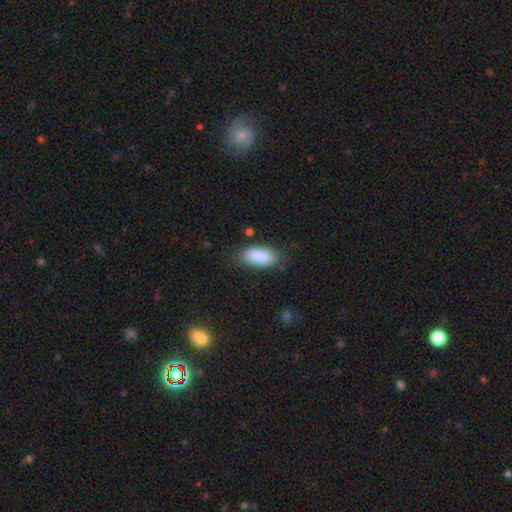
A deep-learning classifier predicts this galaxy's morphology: Smooth or featured? smooth (88%)
How rounded? in between (88%)
Merging? none (76%)